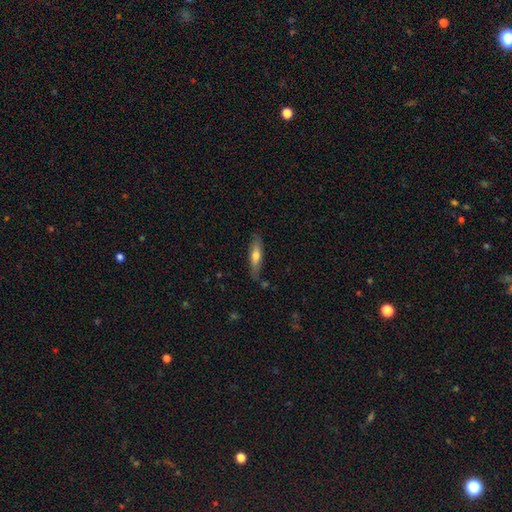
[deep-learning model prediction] Smooth or featured: smooth — 59% (featured or disk — 35%)
How rounded: cigar-shaped — 66% (in between — 32%)
Merging: none — 75% (minor disturbance — 18%)